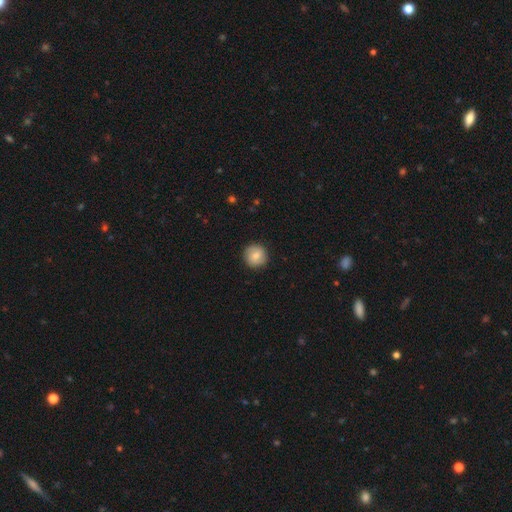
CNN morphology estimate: Q: Smooth or featured?
A: smooth (78%); runner-up: featured or disk (14%)
Q: How rounded?
A: round (94%); runner-up: in between (5%)
Q: Merging?
A: none (90%); runner-up: minor disturbance (7%)